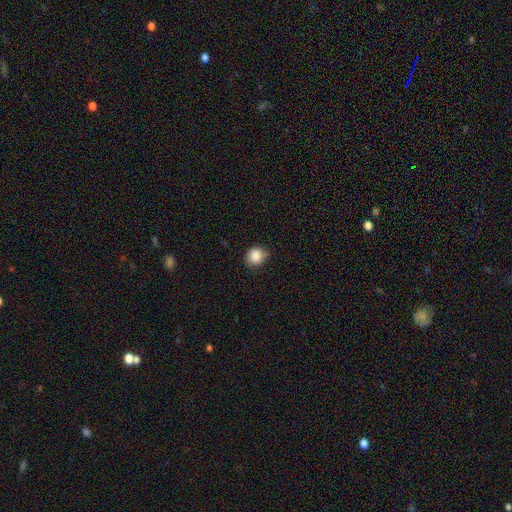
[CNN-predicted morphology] type=smooth (86%); roundness=round (78%); merging=none (74%).